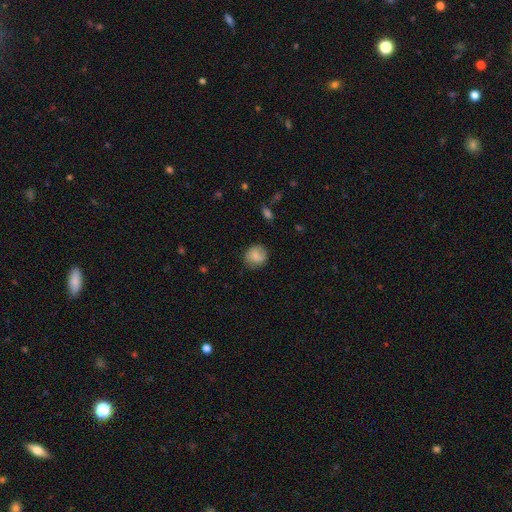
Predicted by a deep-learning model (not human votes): Smooth or featured? smooth (71%)
How rounded? round (80%)
Merging? none (73%)